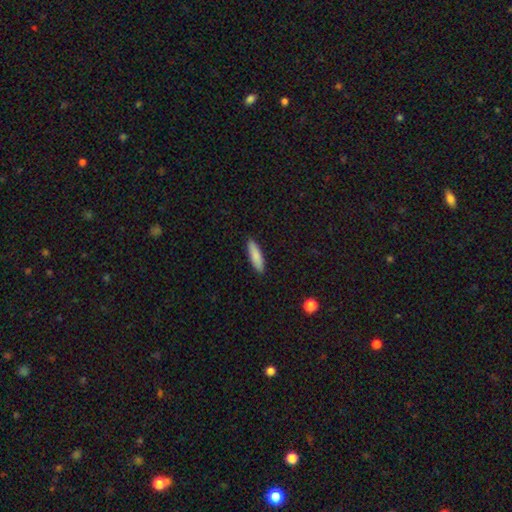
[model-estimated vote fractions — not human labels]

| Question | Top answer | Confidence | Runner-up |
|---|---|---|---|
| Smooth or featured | smooth | 85% | featured or disk (10%) |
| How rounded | cigar-shaped | 65% | in between (34%) |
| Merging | none | 90% | minor disturbance (8%) |